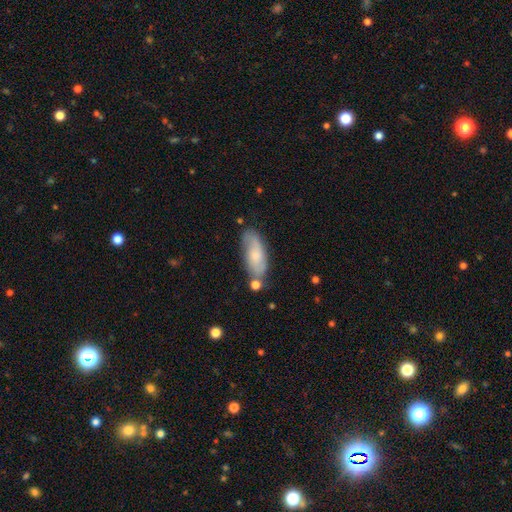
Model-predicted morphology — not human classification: Smooth or featured?
  - smooth: 54% *
  - featured or disk: 39%
  - star or artifact: 7%
How rounded?
  - in between: 76% *
  - cigar-shaped: 21%
  - round: 3%
Merging?
  - none: 63% *
  - minor disturbance: 22%
  - merger: 9%
  - major disturbance: 6%